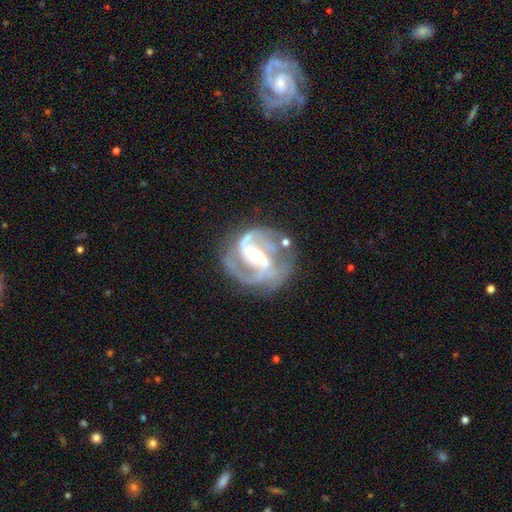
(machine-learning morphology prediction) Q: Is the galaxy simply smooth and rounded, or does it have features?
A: featured or disk — 90%.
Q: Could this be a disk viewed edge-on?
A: no — 98%.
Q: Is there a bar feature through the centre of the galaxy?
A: strong — 42%.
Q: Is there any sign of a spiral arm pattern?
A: yes — 96%.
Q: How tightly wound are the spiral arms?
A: medium — 56%.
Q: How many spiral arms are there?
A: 2 — 78%.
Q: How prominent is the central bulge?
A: moderate — 68%.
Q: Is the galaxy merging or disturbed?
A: none — 66%.